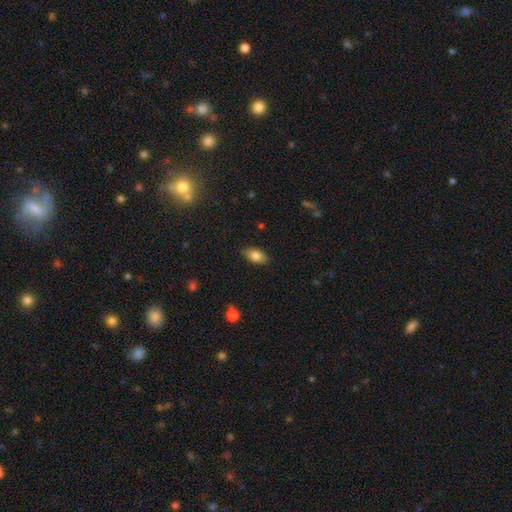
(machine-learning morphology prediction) This appears to be a smooth galaxy with no disk features (80%) that is in between round and cigar-shaped (89%). Merging: none (86%).